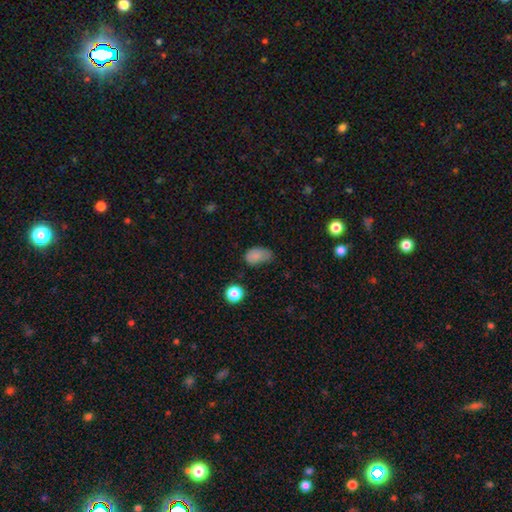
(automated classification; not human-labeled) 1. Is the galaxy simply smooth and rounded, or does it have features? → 80% smooth, 13% star or artifact, 7% featured or disk.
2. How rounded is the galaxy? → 86% in between, 12% round, 2% cigar-shaped.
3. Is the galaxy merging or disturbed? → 42% none (tied), 42% minor disturbance (tied), 13% major disturbance, 3% merger.